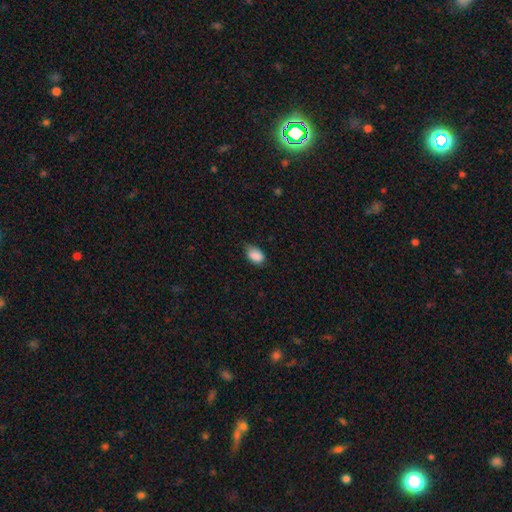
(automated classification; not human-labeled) Smooth or featured? smooth (87%)
How rounded? in between (85%)
Merging? none (54%)